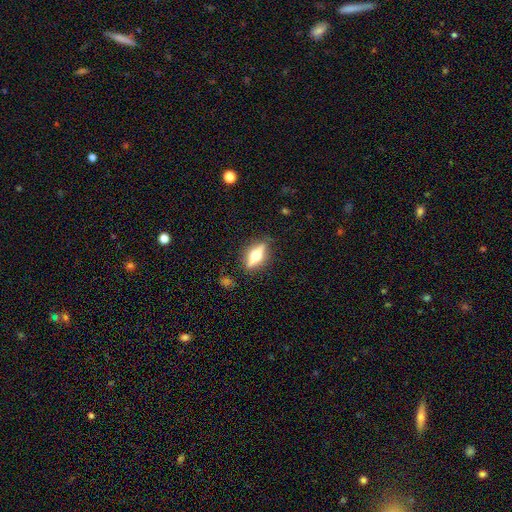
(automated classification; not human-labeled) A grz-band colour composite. It shows a featured or disk galaxy (65%) viewed edge-on (92%) with a rounded central bulge (95%). Merging: none (86%).